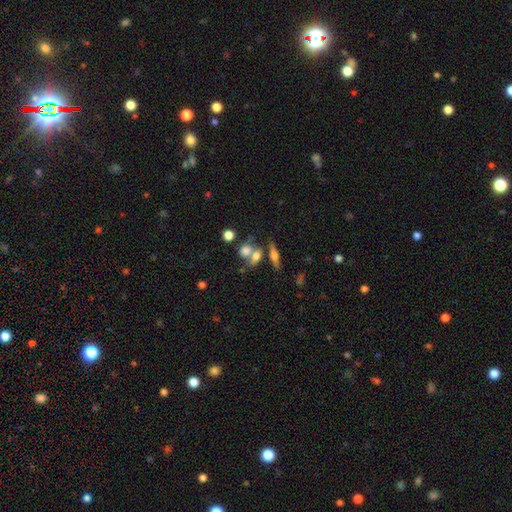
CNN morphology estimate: Overall: smooth (65%). How rounded: in between (47%; round 40%). Merging: none (43%; merger 40%).